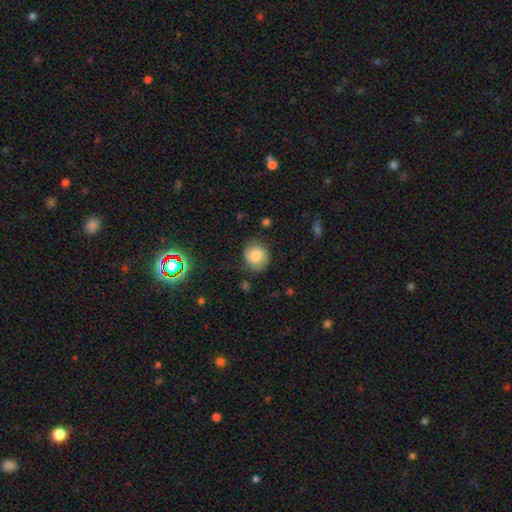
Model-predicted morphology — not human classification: This is likely a smooth galaxy (67%). How rounded: clearly round (81%). Merging: likely none (70%).